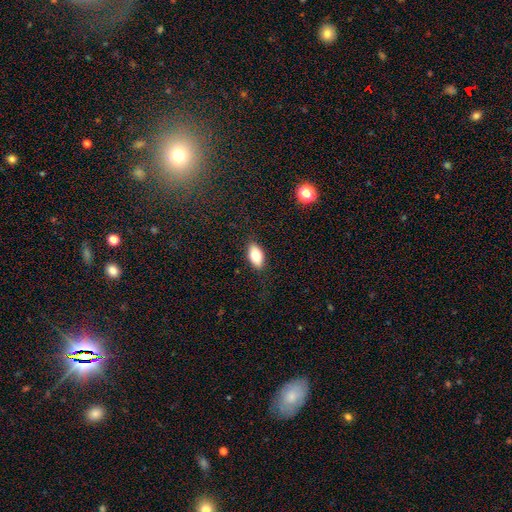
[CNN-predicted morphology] This appears to be a smooth galaxy with no disk features (81%) that is in between round and cigar-shaped (92%). Merging: none (87%).